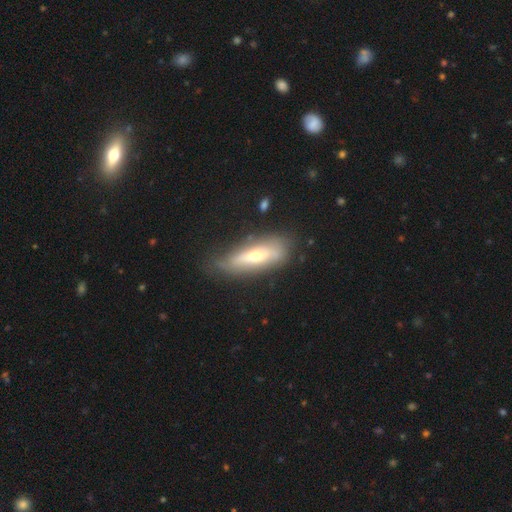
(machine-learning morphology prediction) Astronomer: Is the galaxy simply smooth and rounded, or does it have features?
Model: featured or disk — 50% (runner-up: smooth, 43%).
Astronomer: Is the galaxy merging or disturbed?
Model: none — 68%.